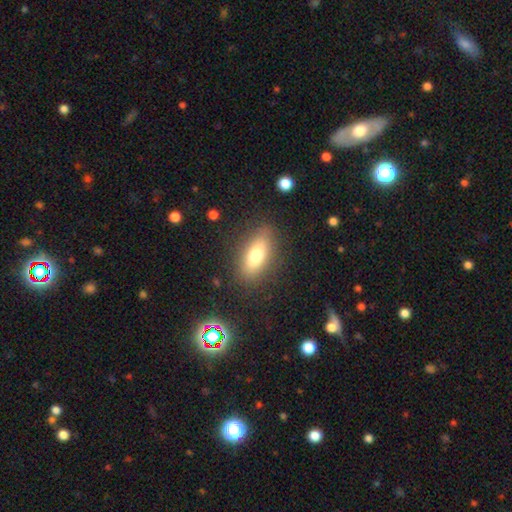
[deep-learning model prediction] smooth 73%, featured or disk 19%, star or artifact 8%. Down the decision tree: how rounded — in between (77%); merging — none (85%).